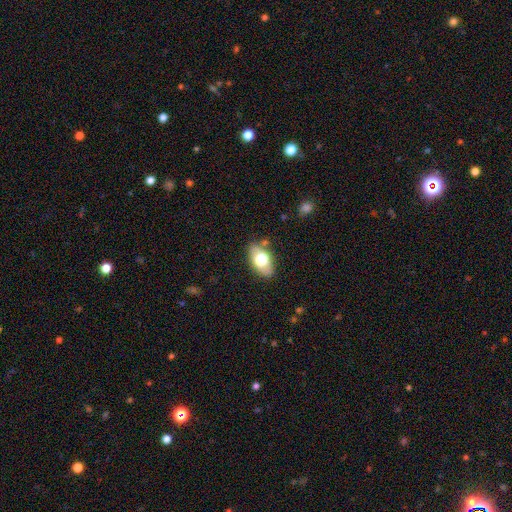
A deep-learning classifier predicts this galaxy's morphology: type=smooth (63%); roundness=in between (91%); merging=none (81%).